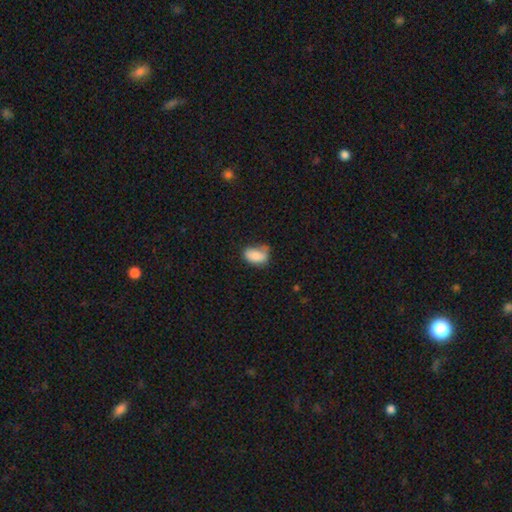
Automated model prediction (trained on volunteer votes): Smooth or featured?
  - smooth: 82% *
  - featured or disk: 10%
  - star or artifact: 8%
How rounded?
  - in between: 89% *
  - round: 9%
  - cigar-shaped: 2%
Merging?
  - none: 42% *
  - minor disturbance: 37%
  - major disturbance: 13%
  - merger: 8%